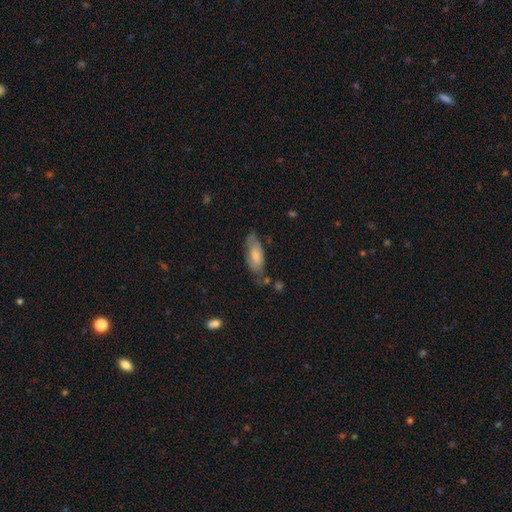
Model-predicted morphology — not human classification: smooth 68%, featured or disk 26%, star or artifact 6%. Down the decision tree: how rounded — in between (76%); merging — none (58%).